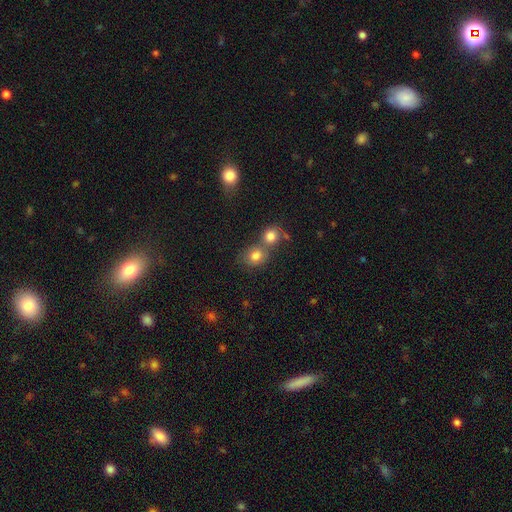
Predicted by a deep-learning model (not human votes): Morphology: type=smooth (80%); roundness=round (72%); merging=merger (47%).